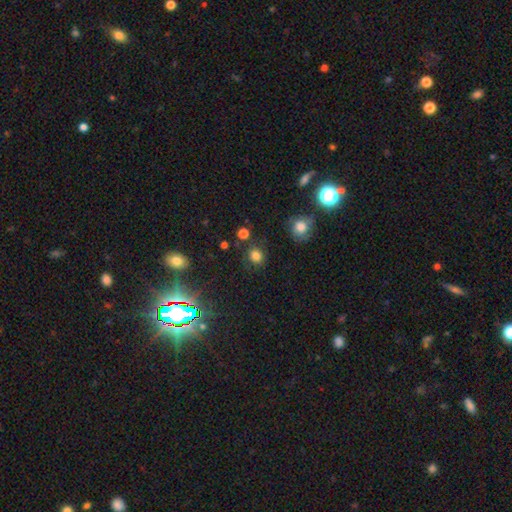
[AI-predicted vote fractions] A smooth galaxy with no disk features (77%) that is round (81%).

Vote fractions:
- Smooth or featured? smooth: 77% / star or artifact: 18% / featured or disk: 5%
- How rounded? round: 81% / in between: 18% / cigar-shaped: 1%
- Merging? none: 82% / minor disturbance: 10% / merger: 4% / major disturbance: 4%